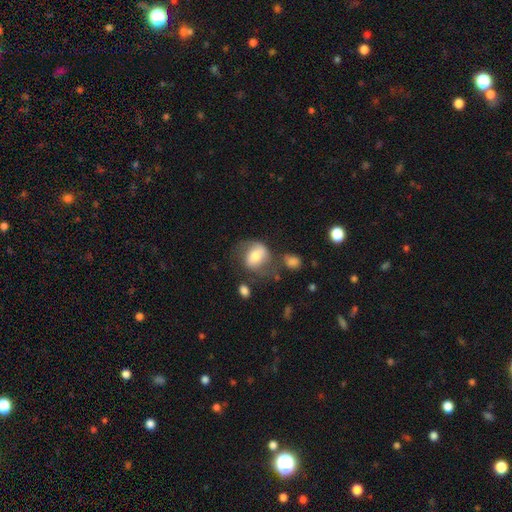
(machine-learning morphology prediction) A smooth galaxy with no disk features (53%) that is round (51%).

Vote fractions:
- Smooth or featured? smooth: 53% / featured or disk: 39% / star or artifact: 8%
- How rounded? round: 51% / in between: 47% / cigar-shaped: 1%
- Merging? none: 46% / minor disturbance: 24% / major disturbance: 20% / merger: 10%